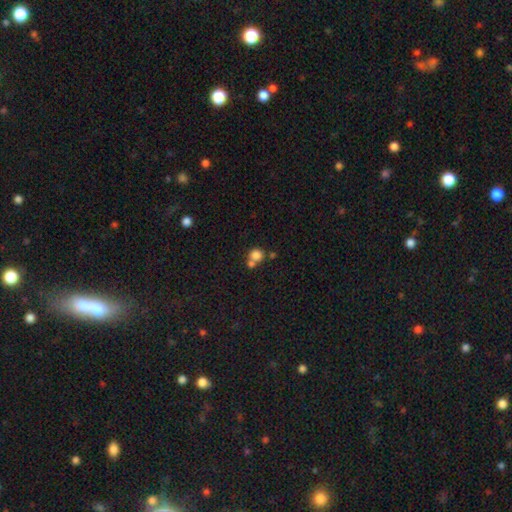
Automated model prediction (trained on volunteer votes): Overall: smooth (80%). How rounded: round (87%). Merging: none (48%; merger 42%).